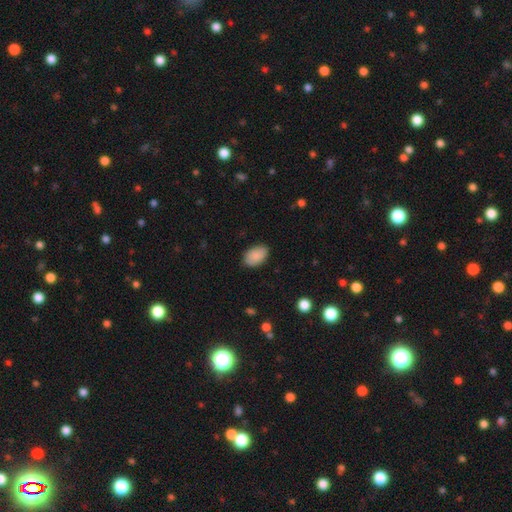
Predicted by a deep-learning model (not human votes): smooth 89%, star or artifact 7%, featured or disk 5%. Down the decision tree: how rounded — in between (91%); merging — none (85%).